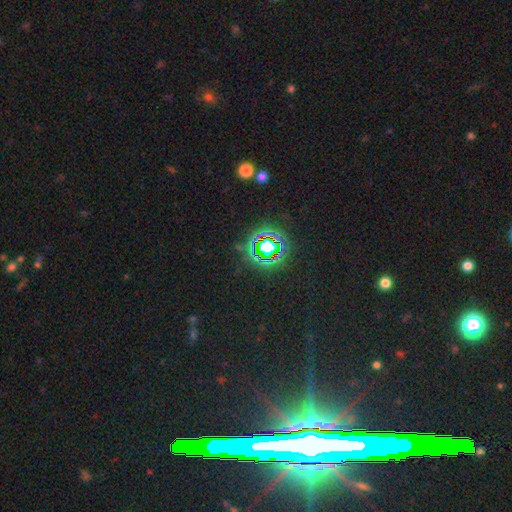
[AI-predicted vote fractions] A star or artifact, not a galaxy (75%).